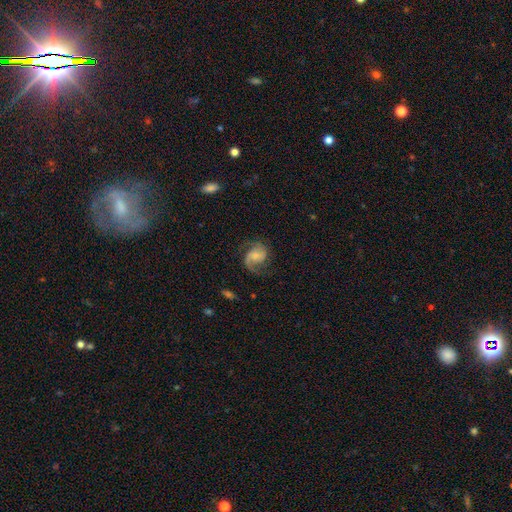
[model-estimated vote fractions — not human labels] Smooth or featured? Predicted: featured or disk (p=0.83). Edge-on disk? Predicted: no (p=0.98). Bar? Predicted: no (p=0.48). Spiral arms? Predicted: yes (p=0.97). Spiral winding? Predicted: medium (p=0.54). Spiral arm count? Predicted: 2 (p=0.87). Bulge size? Predicted: small (p=0.48). Merging? Predicted: none (p=0.72).